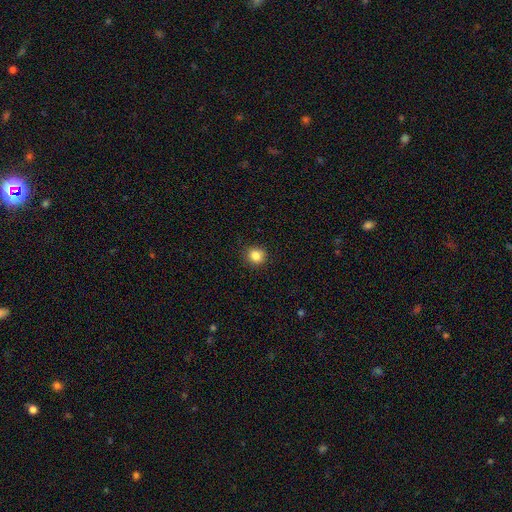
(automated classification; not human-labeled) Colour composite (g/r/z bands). It shows a smooth galaxy with no disk features (84%) that is round (84%). Merging: none (88%).